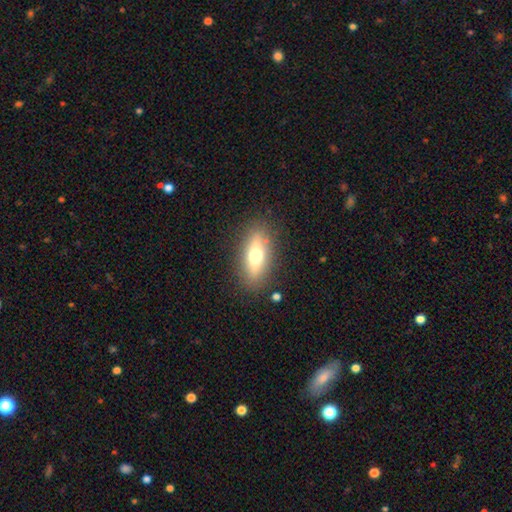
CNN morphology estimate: The model was most divided on "smooth or featured": smooth: 57%, featured or disk: 34%, star or artifact: 9%. More confident: merging — none (85%); how rounded — in between (66%).